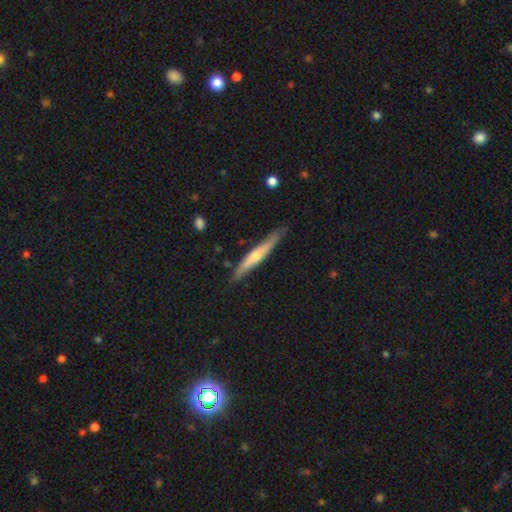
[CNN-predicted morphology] A featured or disk galaxy (55%) viewed edge-on (92%).

Vote fractions:
- Smooth or featured? featured or disk: 55% / smooth: 40% / star or artifact: 5%
- Edge-on disk? yes: 92% / no: 8%
- Merging? none: 79% / minor disturbance: 16% / major disturbance: 3% / merger: 2%